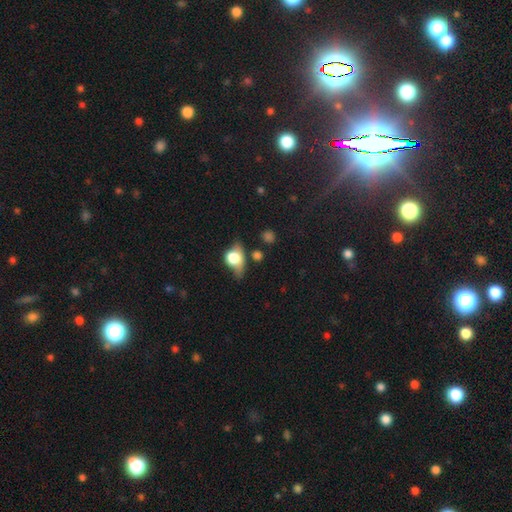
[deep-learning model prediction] Morphology: type=smooth (51%); roundness=in between (56%); merging=none (50%).